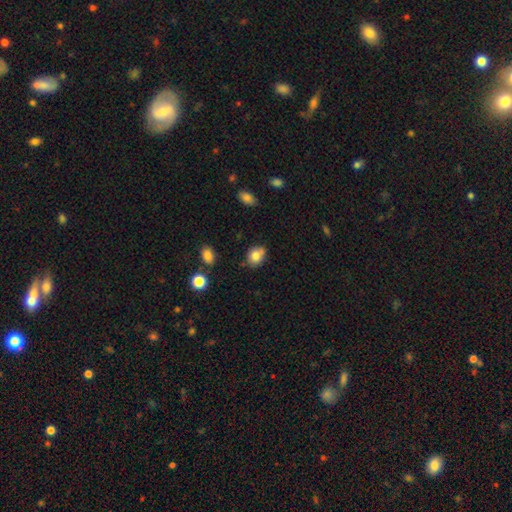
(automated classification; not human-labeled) smooth 80%, star or artifact 10%, featured or disk 10%. Down the decision tree: how rounded — round (50%); merging — none (64%).